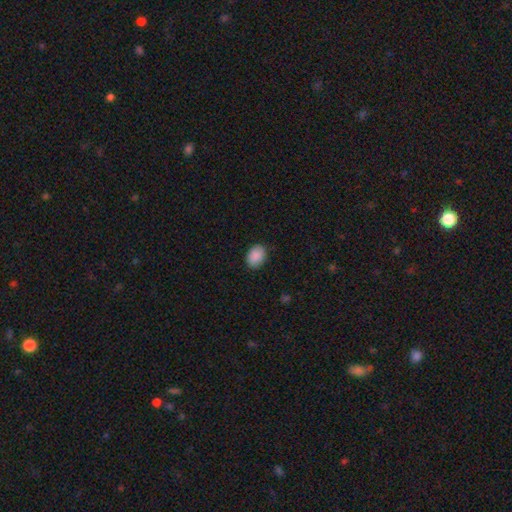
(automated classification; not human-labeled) A smooth galaxy with no disk features (90%) that is in between round and cigar-shaped (75%).

Vote fractions:
- Smooth or featured? smooth: 90% / star or artifact: 7% / featured or disk: 3%
- How rounded? in between: 75% / round: 24% / cigar-shaped: 1%
- Merging? none: 87% / minor disturbance: 10% / major disturbance: 2% / merger: 1%